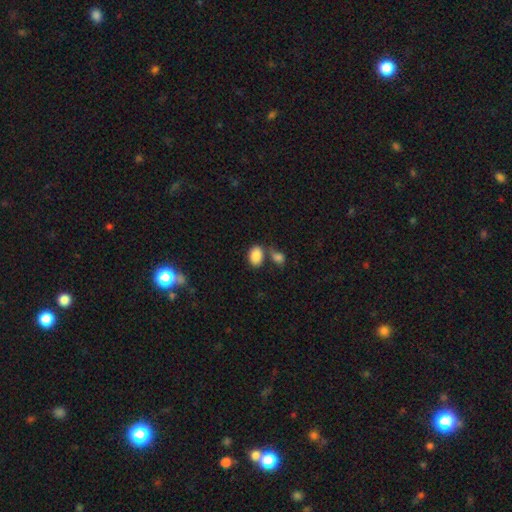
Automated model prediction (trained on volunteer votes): Q: Smooth or featured?
A: smooth (87%); runner-up: star or artifact (8%)
Q: How rounded?
A: in between (85%); runner-up: round (13%)
Q: Merging?
A: none (53%); runner-up: merger (29%)